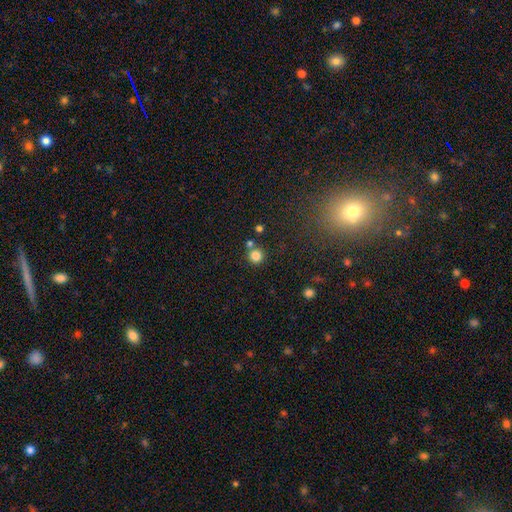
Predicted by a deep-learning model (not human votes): This appears to be a smooth galaxy with no disk features (81%) that is round (94%). Merging: none (74%).